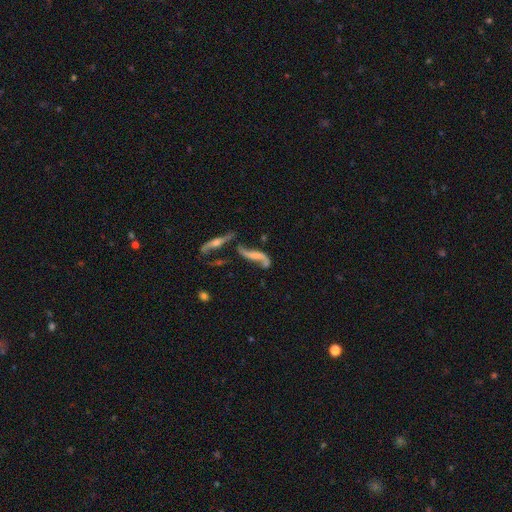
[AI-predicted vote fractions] This is likely a featured or disk galaxy (77%). It is clearly not viewed edge-on (83%). Bar: possibly no (54%). Spiral arm pattern: clearly yes (86%). Spiral arm count: clearly 2 (87%). Spiral winding: clearly loose (88%). Central bulge: possibly none (50%). Merging: marginally none (41%).